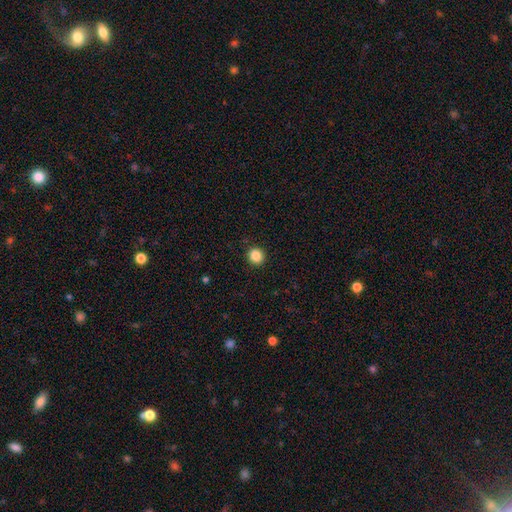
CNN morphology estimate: The model was most divided on "smooth or featured": smooth: 86%, star or artifact: 10%, featured or disk: 3%. More confident: merging — none (92%); how rounded — round (91%).